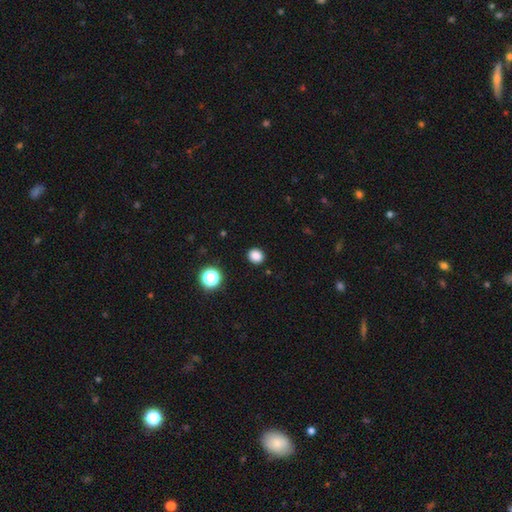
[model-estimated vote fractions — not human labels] Overall: smooth (84%). How rounded: round (71%). Merging: none (90%).